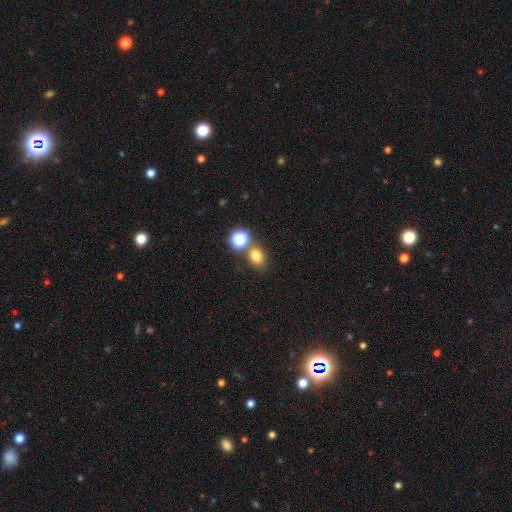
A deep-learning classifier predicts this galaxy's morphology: This appears to be a smooth galaxy with no disk features (76%) that is round (56%). Merging: none (65%).